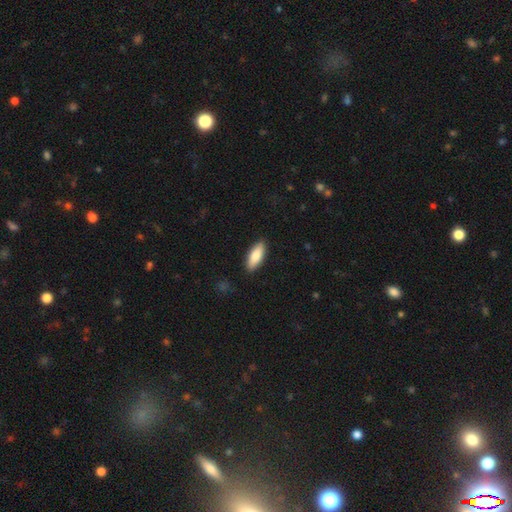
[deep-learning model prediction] Overall: smooth (84%). How rounded: in between (72%). Merging: none (89%).